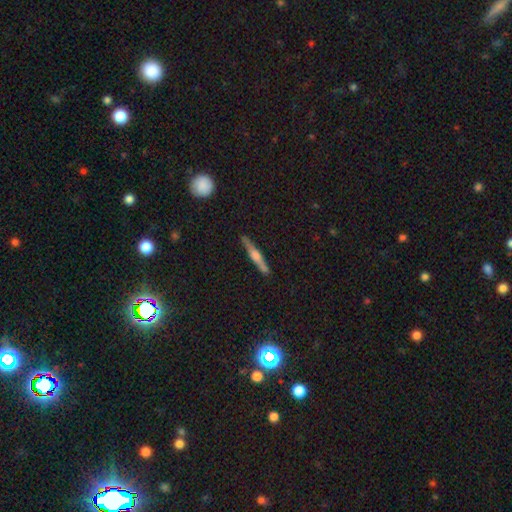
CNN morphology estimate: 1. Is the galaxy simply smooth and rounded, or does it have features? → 68% featured or disk, 23% smooth, 8% star or artifact.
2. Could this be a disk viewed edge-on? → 97% yes, 3% no.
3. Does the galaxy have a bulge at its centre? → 80% rounded, 11% boxy, 9% none.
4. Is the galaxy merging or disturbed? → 89% none, 8% minor disturbance, 2% major disturbance, 1% merger.